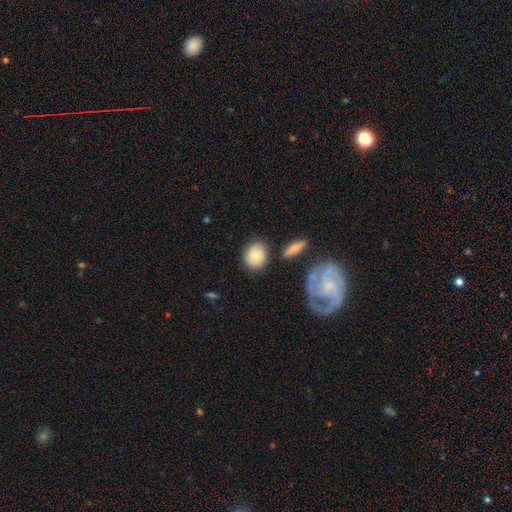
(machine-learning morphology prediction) Smooth or featured? Predicted: smooth (p=0.75). How rounded? Predicted: round (p=0.60). Merging? Predicted: none (p=0.76).